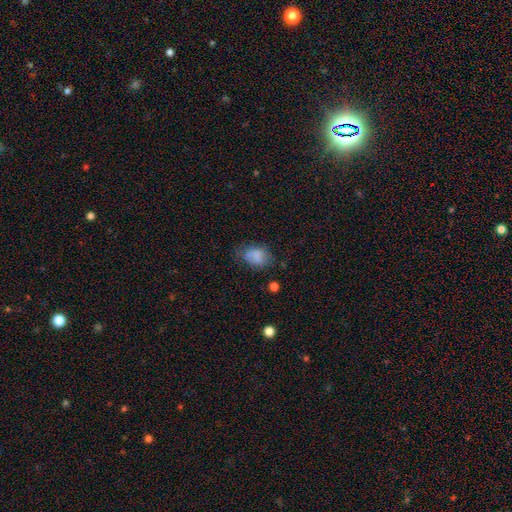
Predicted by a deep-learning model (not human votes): Morphology: type=smooth (79%); roundness=in between (74%); merging=none (56%).